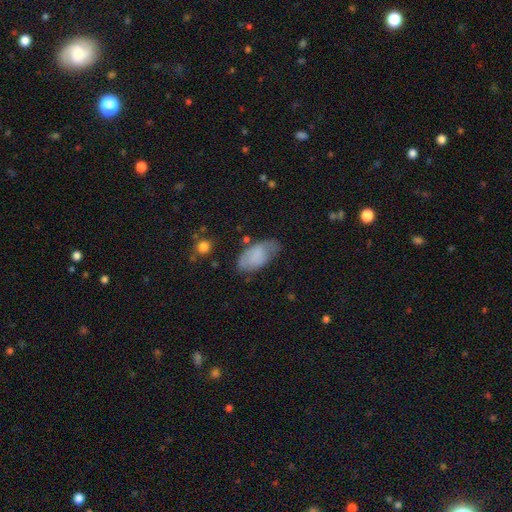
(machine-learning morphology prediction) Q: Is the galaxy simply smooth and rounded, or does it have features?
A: smooth — 74%.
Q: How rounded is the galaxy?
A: in between — 94%.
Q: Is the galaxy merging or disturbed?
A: none — 54%.